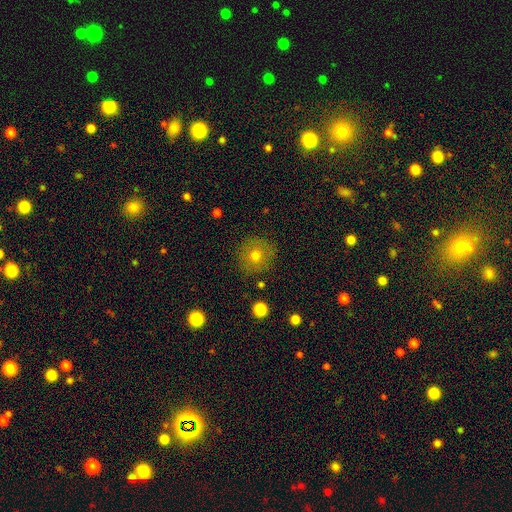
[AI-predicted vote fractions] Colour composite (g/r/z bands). It shows a smooth galaxy with no disk features (72%) that is round (93%). Merging: none (86%).